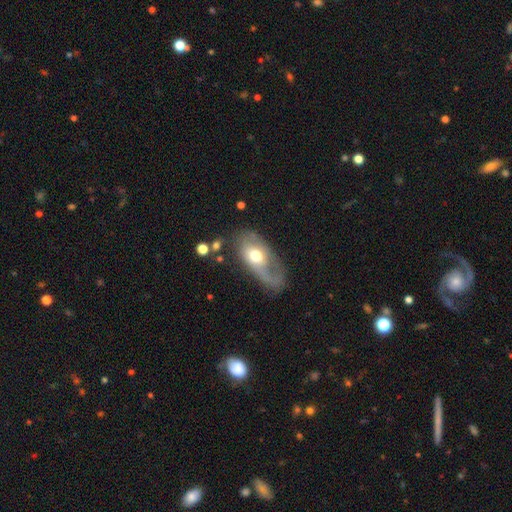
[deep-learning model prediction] smooth-or-featured: featured or disk: 49% | smooth: 44% | star or artifact: 7%
  merging: none: 35% | major disturbance: 34% | minor disturbance: 27% | merger: 5%